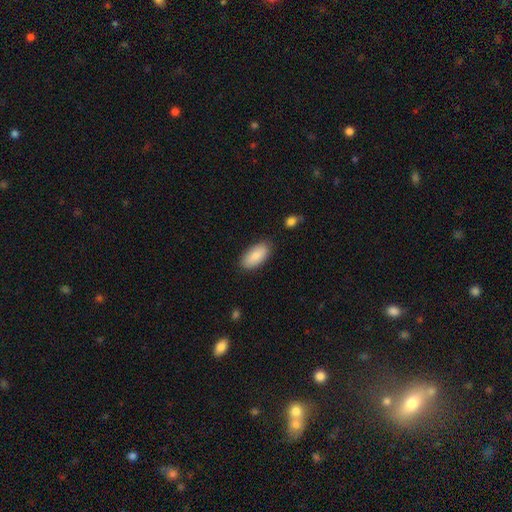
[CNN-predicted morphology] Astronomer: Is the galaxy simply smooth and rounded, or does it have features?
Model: smooth — 87%.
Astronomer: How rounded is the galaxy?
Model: in between — 91%.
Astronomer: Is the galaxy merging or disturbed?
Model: none — 85%.